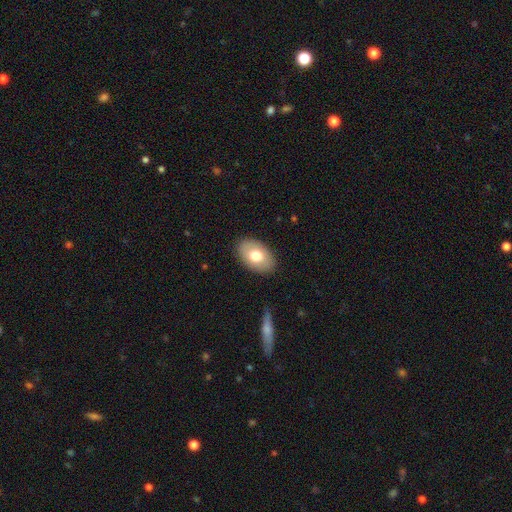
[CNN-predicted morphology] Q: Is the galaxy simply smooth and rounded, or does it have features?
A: smooth — 72%.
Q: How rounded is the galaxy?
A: in between — 88%.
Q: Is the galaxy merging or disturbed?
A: none — 86%.